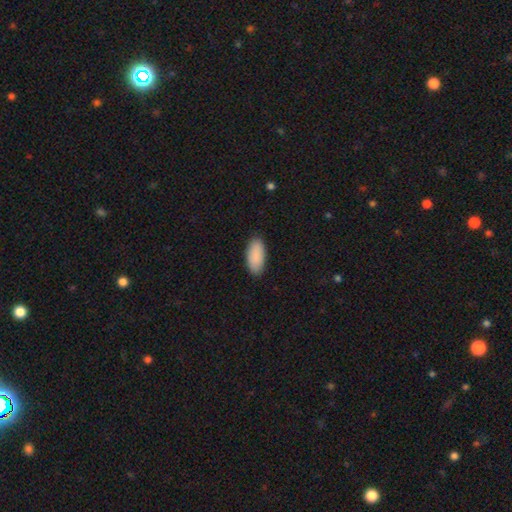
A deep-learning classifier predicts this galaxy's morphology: Smooth or featured: smooth — 91% (star or artifact — 6%)
How rounded: in between — 92% (cigar-shaped — 6%)
Merging: none — 88% (minor disturbance — 9%)